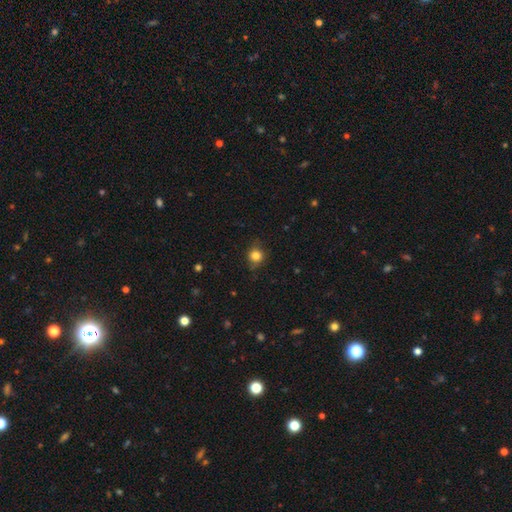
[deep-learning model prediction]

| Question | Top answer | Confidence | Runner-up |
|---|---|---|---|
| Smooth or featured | smooth | 81% | star or artifact (12%) |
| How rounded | round | 84% | in between (15%) |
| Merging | none | 77% | minor disturbance (18%) |